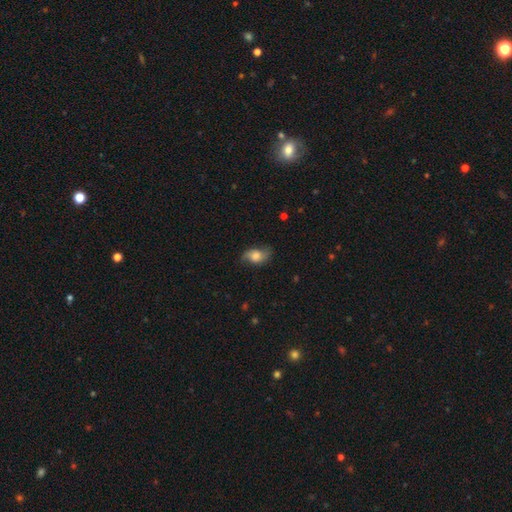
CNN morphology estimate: Smooth or featured? smooth (50%)
How rounded? in between (81%)
Merging? none (68%)